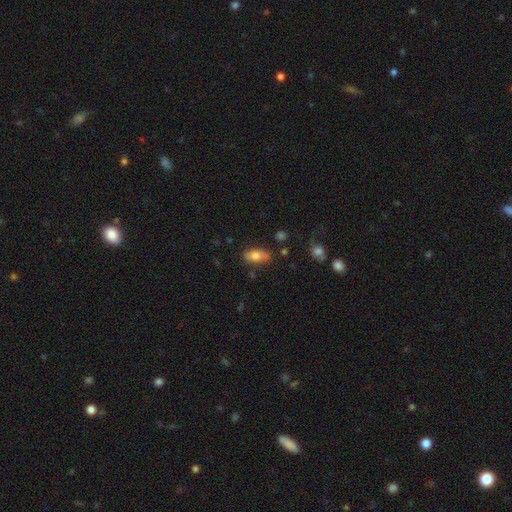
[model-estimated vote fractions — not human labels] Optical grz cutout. It shows a smooth galaxy with no disk features (79%) that is in between round and cigar-shaped (89%). Merging: none (74%).